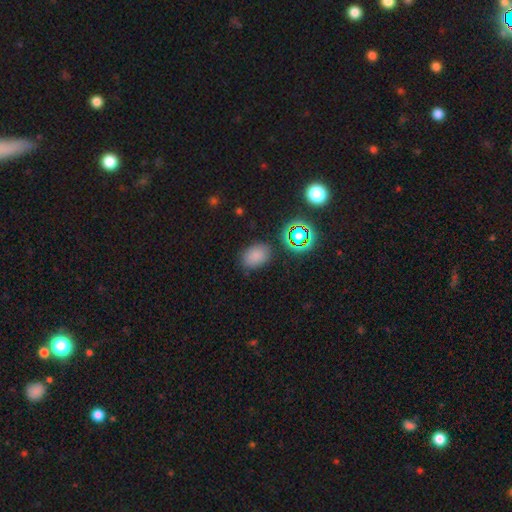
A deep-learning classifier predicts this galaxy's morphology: This is likely a smooth galaxy (76%). How rounded: clearly in between (80%). Merging: clearly none (82%).